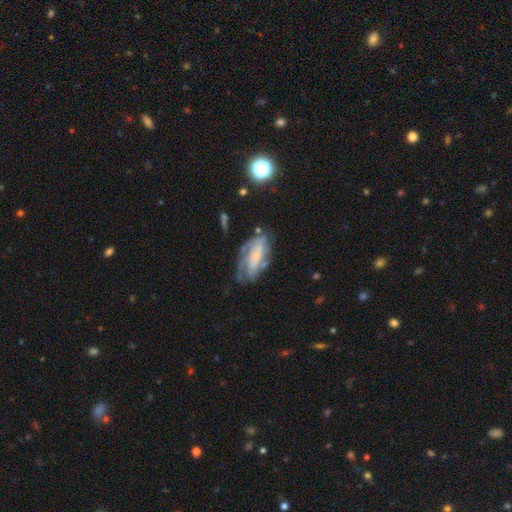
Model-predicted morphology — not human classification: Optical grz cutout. It shows a featured or disk galaxy (69%) with no bar (50%), tight (51%) spiral arms (80%) and a small central bulge (67%). Merging: none (54%).